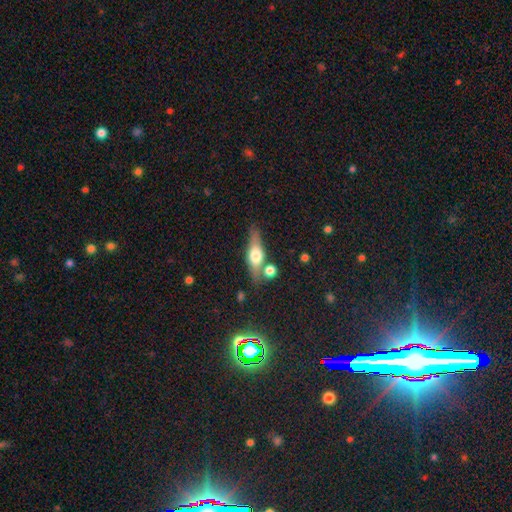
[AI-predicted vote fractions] Q: Smooth or featured?
A: featured or disk (49%); runner-up: smooth (43%)
Q: Merging?
A: none (71%); runner-up: minor disturbance (14%)